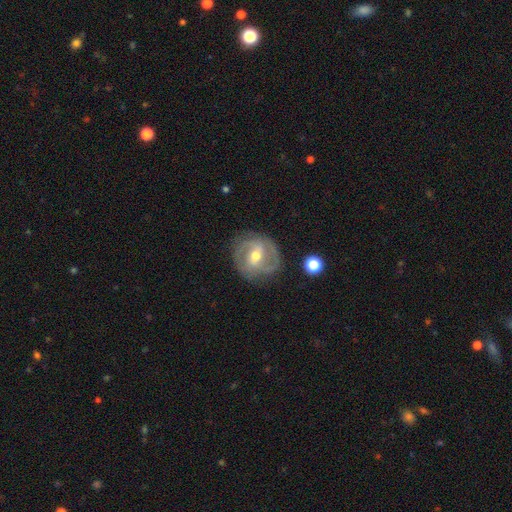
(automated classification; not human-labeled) Morphology: type=featured or disk (82%); edge-on=no (97%); bar=weak (49%); spiral arms=yes (92%); winding=medium (47%); arm count=2 (70%); bulge=moderate (65%); merging=none (80%).